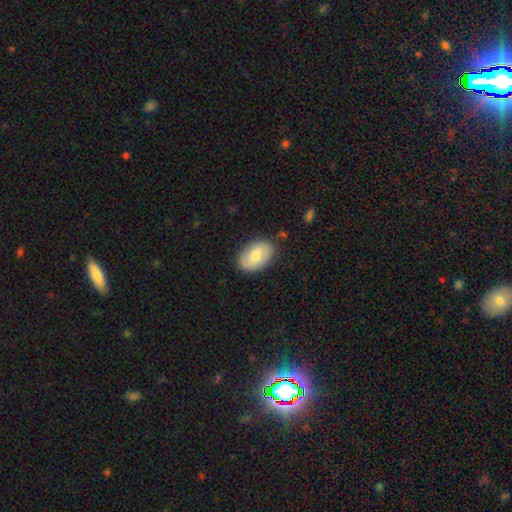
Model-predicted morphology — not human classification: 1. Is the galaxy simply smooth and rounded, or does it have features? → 63% smooth, 31% featured or disk, 6% star or artifact.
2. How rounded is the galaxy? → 89% in between, 10% round, 1% cigar-shaped.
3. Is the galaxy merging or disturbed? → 82% none, 13% minor disturbance, 3% major disturbance, 2% merger.